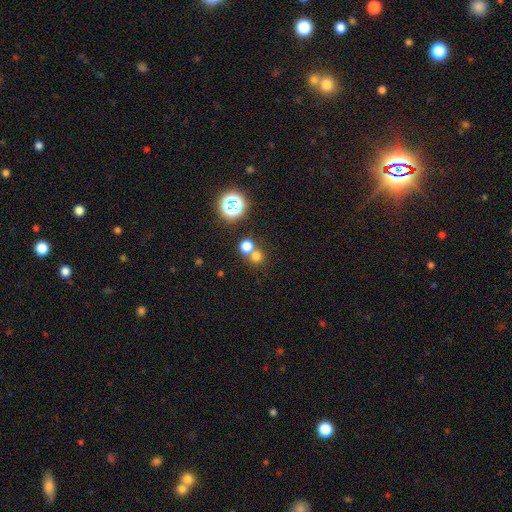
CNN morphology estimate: Smooth or featured? smooth (69%)
How rounded? round (88%)
Merging? none (54%)